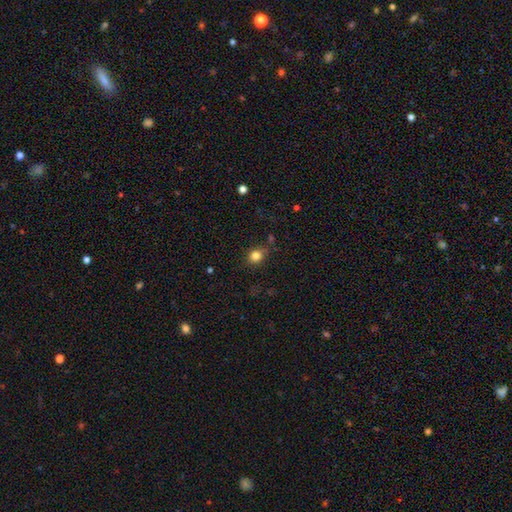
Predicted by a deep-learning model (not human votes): Smooth or featured: smooth — 82% (star or artifact — 12%)
How rounded: round — 69% (in between — 30%)
Merging: none — 78% (minor disturbance — 14%)